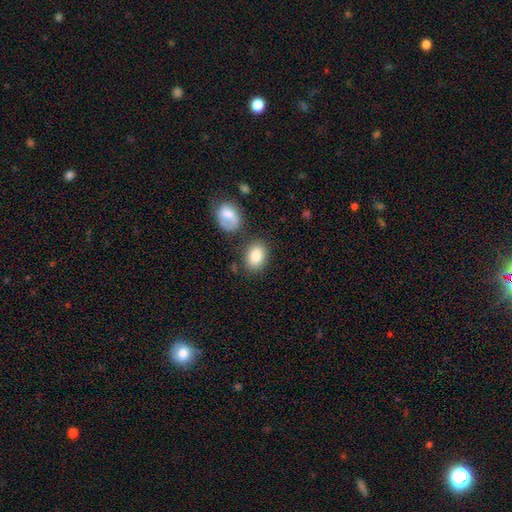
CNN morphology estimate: smooth_or_featured: smooth (p=0.85) [alt: featured or disk p=0.08]
how_rounded: in between (p=0.77) [alt: round p=0.22]
merging: none (p=0.72) [alt: minor disturbance p=0.14]